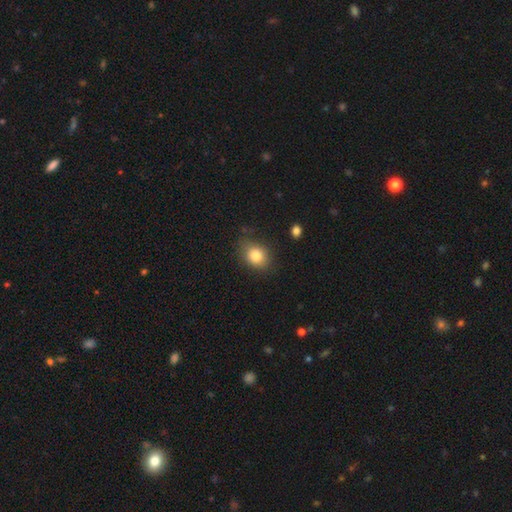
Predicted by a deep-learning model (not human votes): Smooth or featured?
  - smooth: 83% *
  - star or artifact: 9%
  - featured or disk: 8%
How rounded?
  - in between: 57% *
  - round: 42%
  - cigar-shaped: 1%
Merging?
  - none: 74% *
  - minor disturbance: 18%
  - major disturbance: 5%
  - merger: 2%